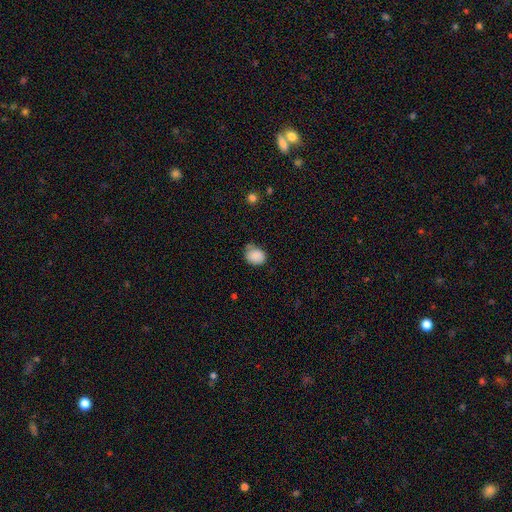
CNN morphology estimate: A smooth galaxy with no disk features (86%) that is round (50%).

Vote fractions:
- Smooth or featured? smooth: 86% / star or artifact: 9% / featured or disk: 5%
- How rounded? round: 50% / in between: 49% / cigar-shaped: 1%
- Merging? none: 58% / minor disturbance: 31% / major disturbance: 7% / merger: 5%